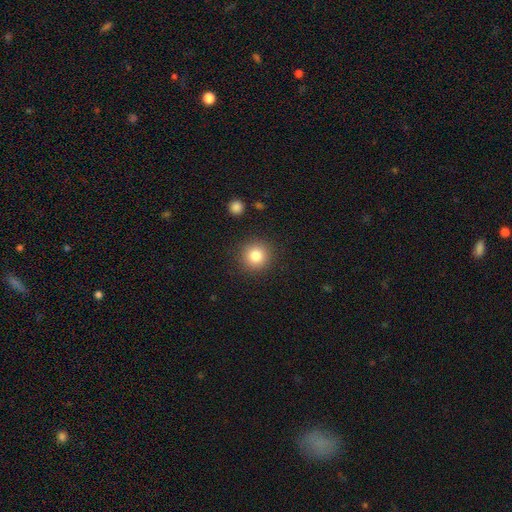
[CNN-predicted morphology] smooth 83%, star or artifact 10%, featured or disk 7%. Down the decision tree: how rounded — round (93%); merging — none (89%).